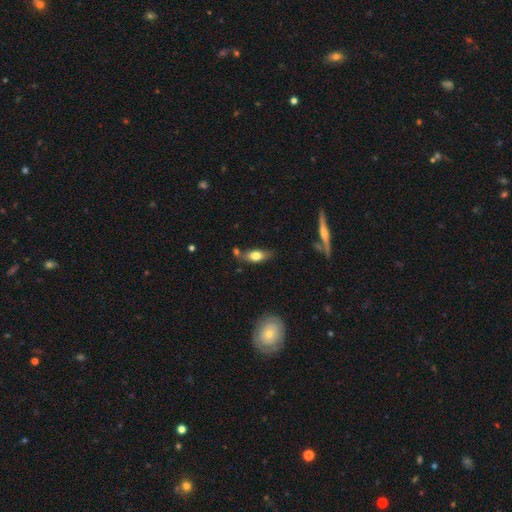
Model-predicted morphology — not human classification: Q: Smooth or featured?
A: smooth (66%); runner-up: featured or disk (26%)
Q: How rounded?
A: in between (74%); runner-up: cigar-shaped (21%)
Q: Merging?
A: none (66%); runner-up: minor disturbance (20%)